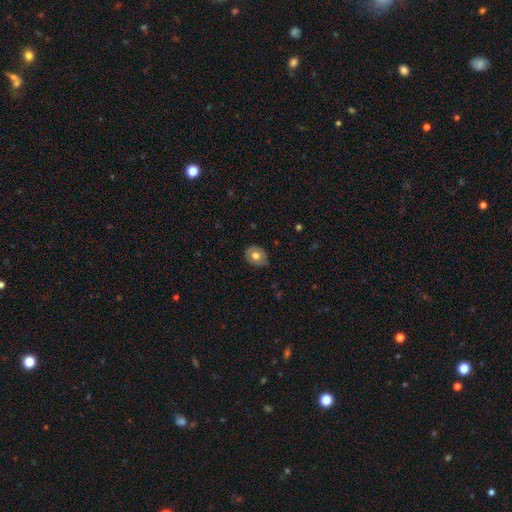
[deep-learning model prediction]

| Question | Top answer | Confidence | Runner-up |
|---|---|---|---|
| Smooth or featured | smooth | 67% | featured or disk (25%) |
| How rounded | round | 53% | in between (46%) |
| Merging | none | 79% | minor disturbance (17%) |